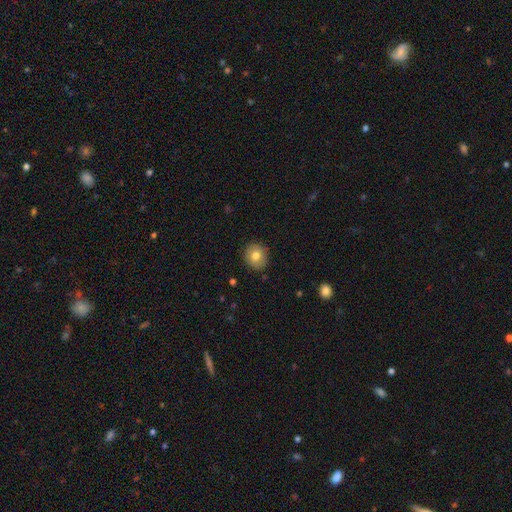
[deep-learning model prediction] This is likely a smooth galaxy (77%). How rounded: clearly round (81%). Merging: clearly none (88%).